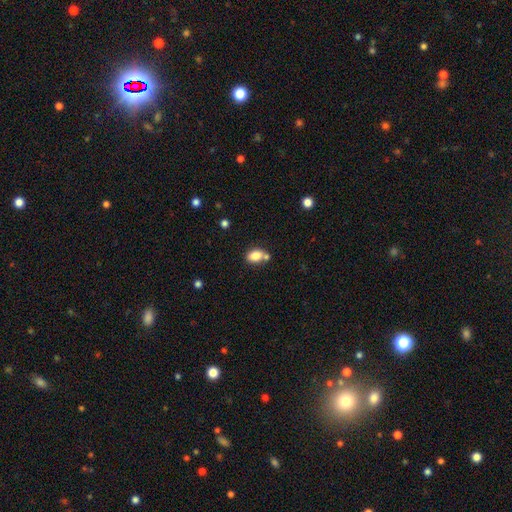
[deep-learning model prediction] The model was most divided on "merging": none: 55%, merger: 27%, minor disturbance: 14%, major disturbance: 4%. More confident: smooth or featured — smooth (82%); how rounded — in between (80%).